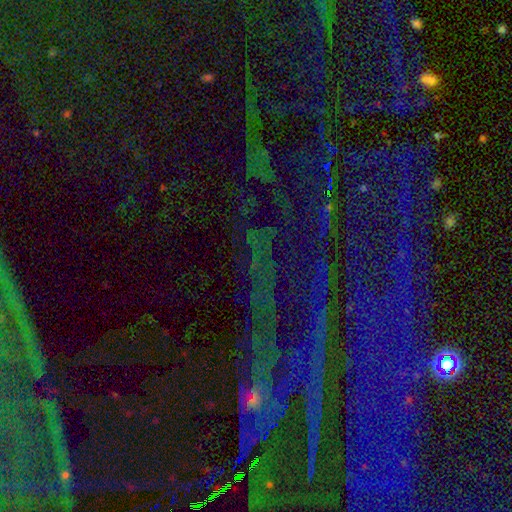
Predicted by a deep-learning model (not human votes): smooth_or_featured: star or artifact (p=0.81) [alt: featured or disk p=0.10]